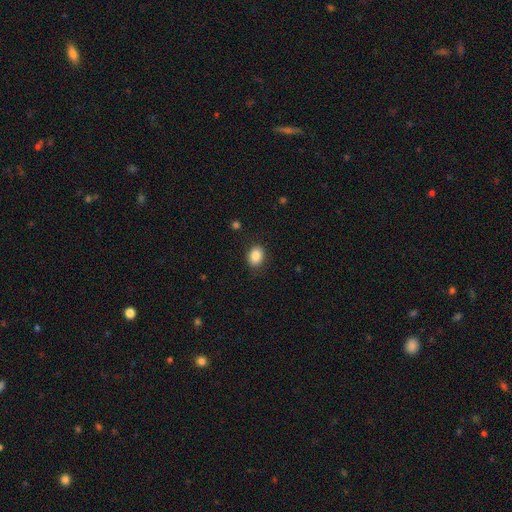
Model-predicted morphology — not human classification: A smooth galaxy with no disk features (86%) that is in between round and cigar-shaped (59%).

Vote fractions:
- Smooth or featured? smooth: 86% / star or artifact: 9% / featured or disk: 5%
- How rounded? in between: 59% / round: 40% / cigar-shaped: 1%
- Merging? none: 86% / minor disturbance: 10% / major disturbance: 3% / merger: 1%